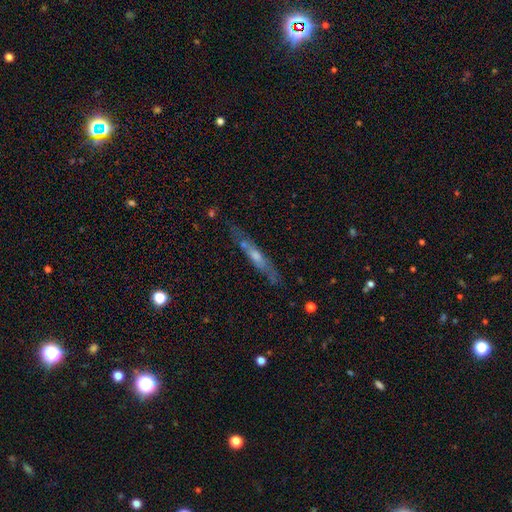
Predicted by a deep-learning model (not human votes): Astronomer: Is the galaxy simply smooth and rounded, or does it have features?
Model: featured or disk — 61%.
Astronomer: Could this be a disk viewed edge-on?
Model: yes — 79%.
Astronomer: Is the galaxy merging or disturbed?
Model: none — 74%.